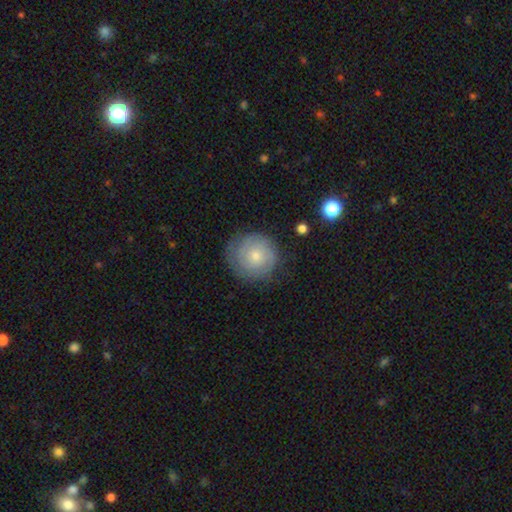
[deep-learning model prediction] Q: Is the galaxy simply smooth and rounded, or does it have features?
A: featured or disk — 50%.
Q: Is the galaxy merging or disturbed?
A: none — 80%.